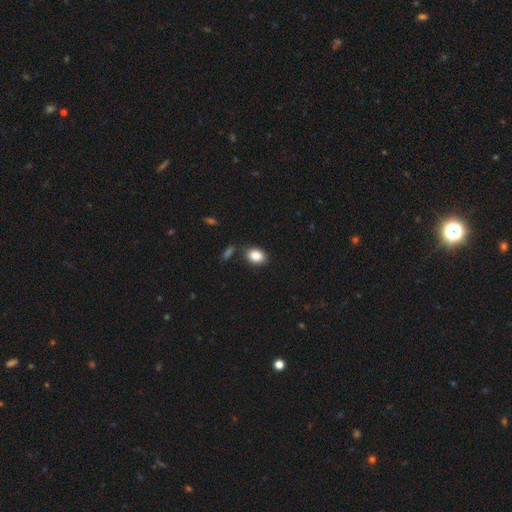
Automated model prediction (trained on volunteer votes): A smooth galaxy with no disk features (86%) that is in between round and cigar-shaped (74%). Merging: none (83%).